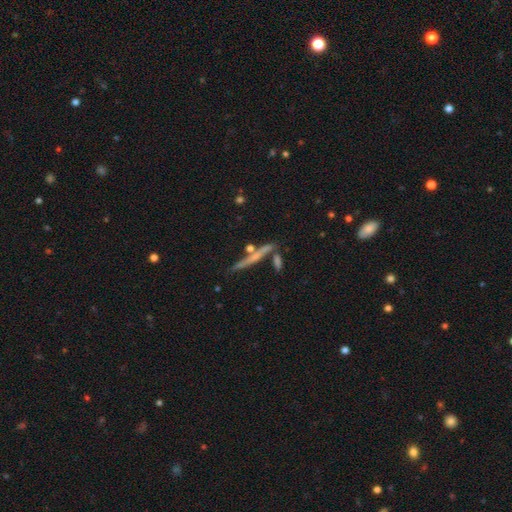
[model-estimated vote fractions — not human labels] A featured or disk galaxy (58%) viewed edge-on (95%) with no central bulge (54%).

Vote fractions:
- Smooth or featured? featured or disk: 58% / smooth: 33% / star or artifact: 8%
- Edge-on disk? yes: 95% / no: 5%
- Edge-on bulge? none: 54% / rounded: 39% / boxy: 7%
- Merging? none: 76% / merger: 11% / minor disturbance: 10% / major disturbance: 3%